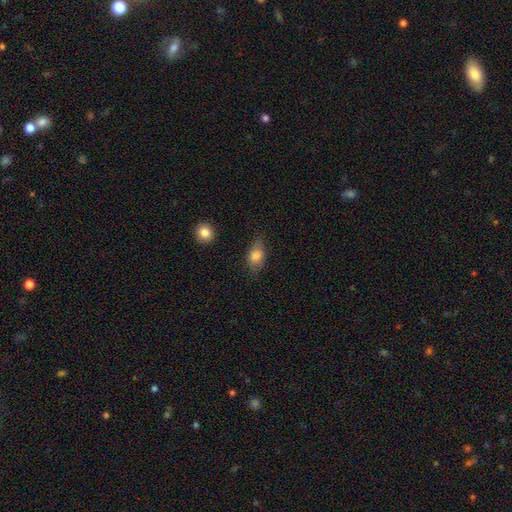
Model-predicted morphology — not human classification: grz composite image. It shows a smooth galaxy with no disk features (78%) that is in between round and cigar-shaped (82%). Merging: none (68%).